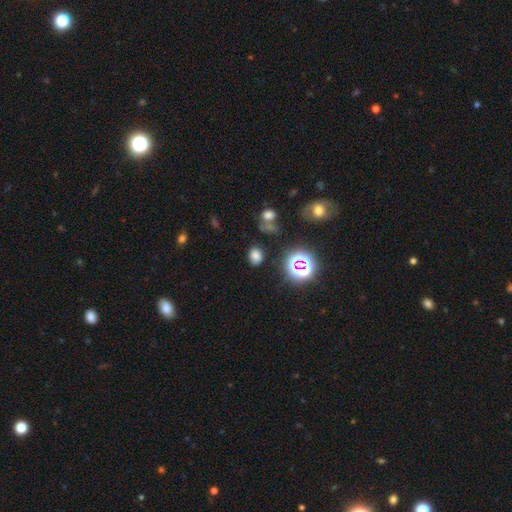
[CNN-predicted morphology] A smooth galaxy with no disk features (71%) that is in between round and cigar-shaped (66%). Merging: none (81%).